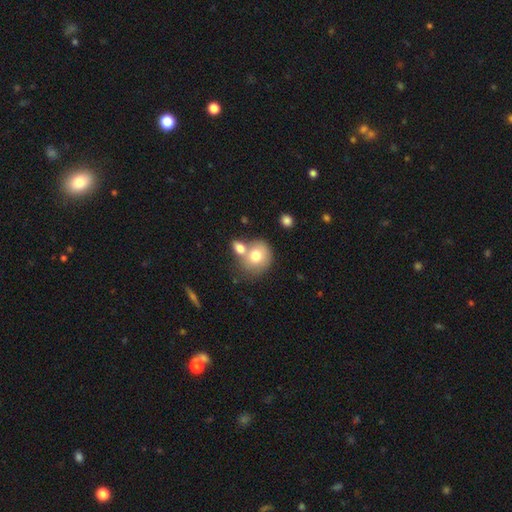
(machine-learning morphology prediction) smooth 73%, featured or disk 18%, star or artifact 9%. Down the decision tree: how rounded — round (70%); merging — merger (44%).